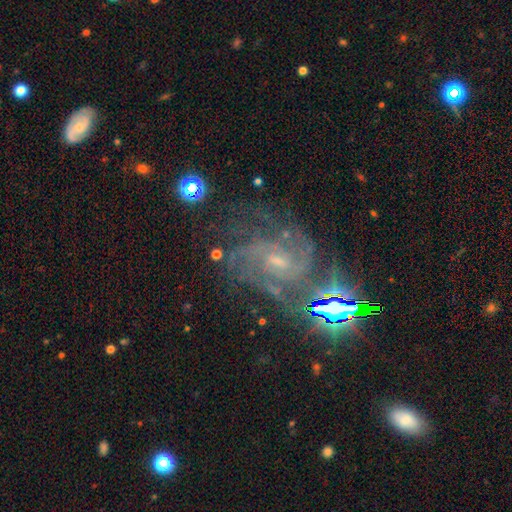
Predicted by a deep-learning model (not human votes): smooth_or_featured: featured or disk (p=0.75) [alt: star or artifact p=0.18]
disk_edge_on: no (p=0.97) [alt: yes p=0.03]
bar: no (p=0.48) [alt: weak p=0.42]
has_spiral_arms: yes (p=0.95) [alt: no p=0.05]
spiral_winding: tight (p=0.47) [alt: medium p=0.43]
spiral_arm_count: can't tell (p=0.28) [alt: 3 p=0.22]
bulge_size: small (p=0.68) [alt: moderate p=0.23]
merging: none (p=0.65) [alt: minor disturbance p=0.17]